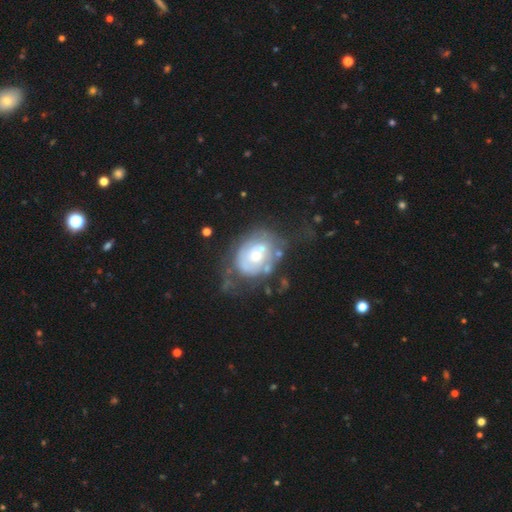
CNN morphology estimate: This is likely a featured or disk galaxy (68%). It is clearly not viewed edge-on (97%). Bar: clearly no (82%). Spiral arm pattern: possibly yes (55%). Central bulge: possibly moderate (55%). Merging: marginally none (41%).